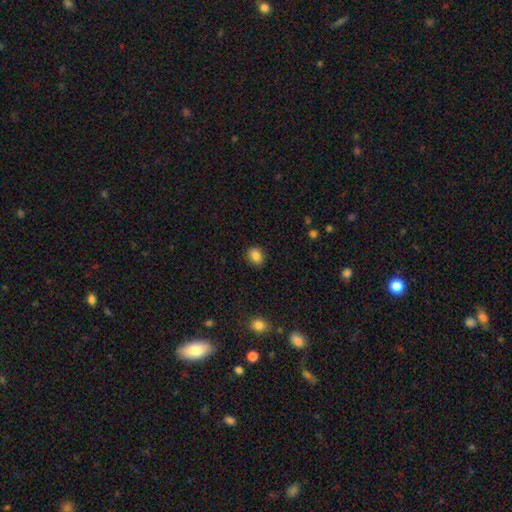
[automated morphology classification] A smooth galaxy with no disk features (85%) that is round (50%). Merging: none (88%).